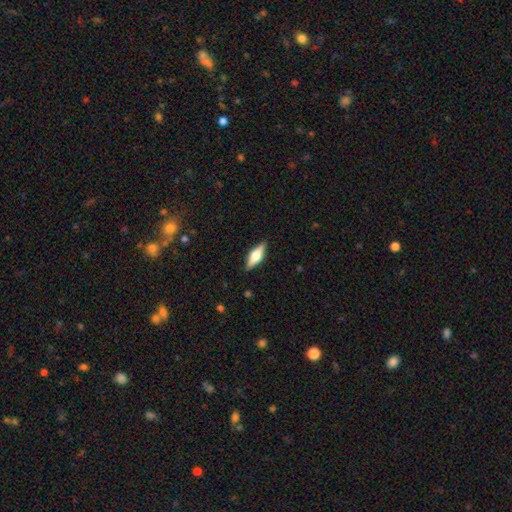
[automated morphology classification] A featured or disk galaxy (55%) viewed edge-on (94%) with a rounded central bulge (91%). Merging: none (88%).